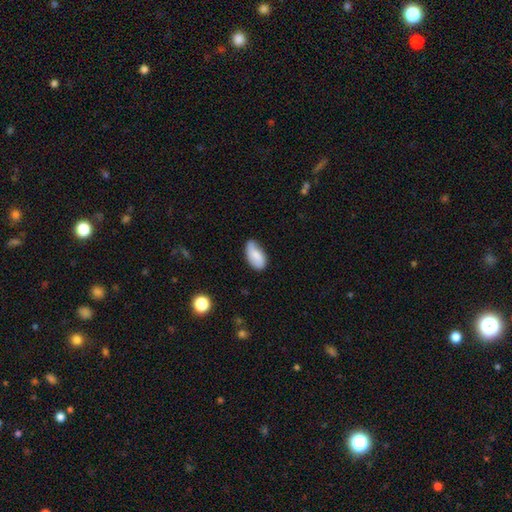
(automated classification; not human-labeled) Morphology: type=smooth (72%); roundness=in between (93%); merging=none (56%).